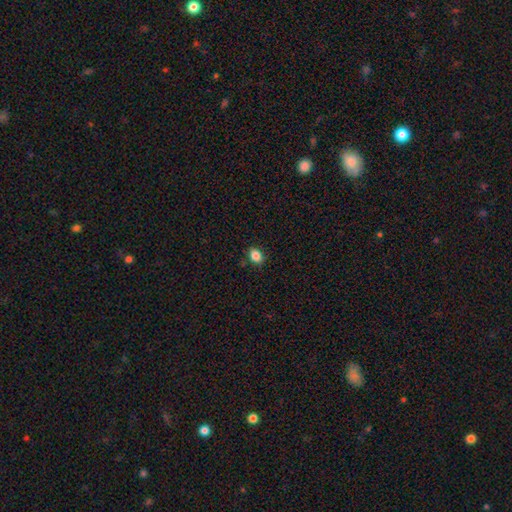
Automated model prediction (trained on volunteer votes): smooth-or-featured: smooth: 85% | star or artifact: 10% | featured or disk: 5%
  how-rounded: in between: 61% | round: 38% | cigar-shaped: 1%
  merging: none: 85% | minor disturbance: 11% | major disturbance: 2% | merger: 2%